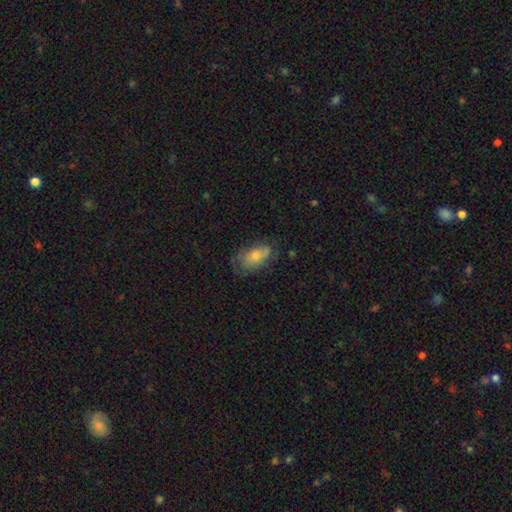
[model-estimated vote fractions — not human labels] A smooth galaxy with no disk features (61%) that is in between round and cigar-shaped (88%). Merging: none (61%).